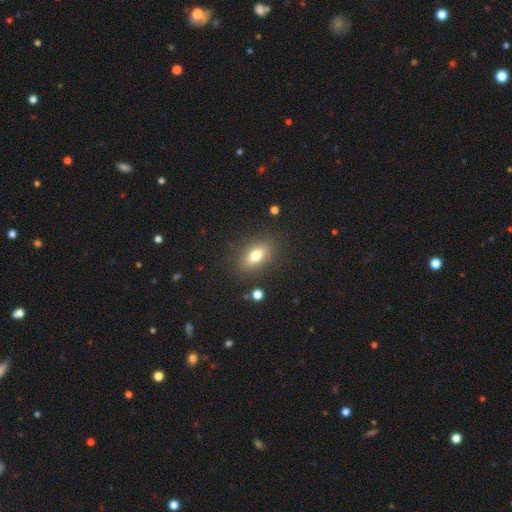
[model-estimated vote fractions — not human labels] The model was most divided on "smooth or featured": smooth: 75%, featured or disk: 15%, star or artifact: 10%. More confident: merging — none (85%); how rounded — in between (82%).